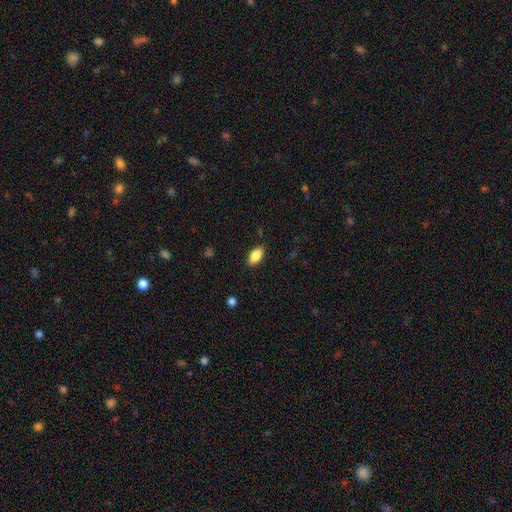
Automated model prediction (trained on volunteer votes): smooth-or-featured: smooth: 85% | featured or disk: 8% | star or artifact: 7%
  how-rounded: in between: 91% | cigar-shaped: 6% | round: 3%
  merging: none: 86% | minor disturbance: 10% | major disturbance: 2% | merger: 1%